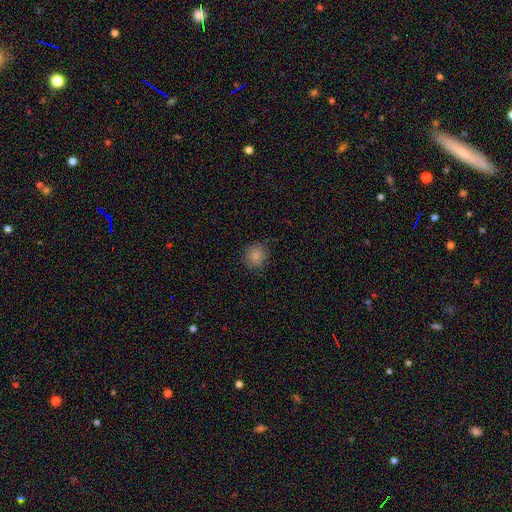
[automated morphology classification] Smooth or featured? Predicted: smooth (p=0.84). How rounded? Predicted: round (p=0.88). Merging? Predicted: none (p=0.86).